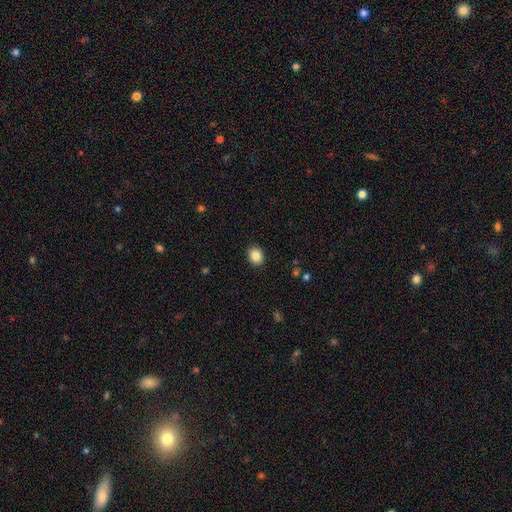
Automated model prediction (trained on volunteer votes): Smooth or featured: smooth — 87% (star or artifact — 9%)
How rounded: round — 54% (in between — 45%)
Merging: none — 90% (minor disturbance — 7%)